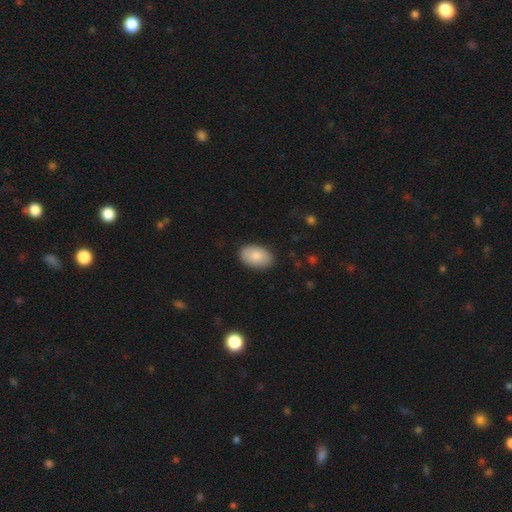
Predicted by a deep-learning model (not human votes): This appears to be a smooth galaxy with no disk features (81%) that is in between round and cigar-shaped (92%). Merging: none (87%).